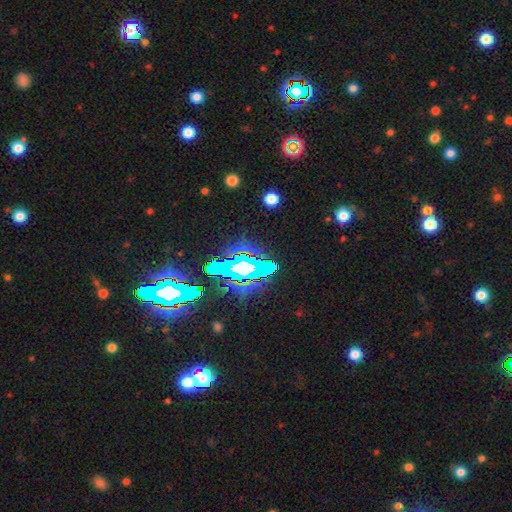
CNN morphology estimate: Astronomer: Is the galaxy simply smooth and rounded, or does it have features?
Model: star or artifact — 81%.